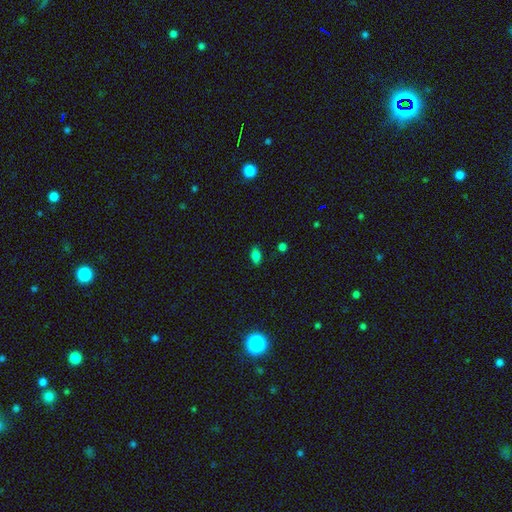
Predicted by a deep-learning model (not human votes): Smooth or featured?
  - smooth: 80% *
  - star or artifact: 13%
  - featured or disk: 7%
How rounded?
  - in between: 88% *
  - round: 6%
  - cigar-shaped: 5%
Merging?
  - none: 83% *
  - minor disturbance: 13%
  - major disturbance: 3%
  - merger: 2%